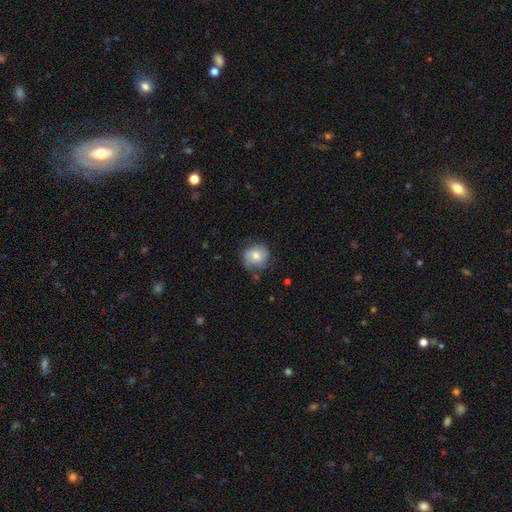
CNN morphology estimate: Q: Smooth or featured?
A: smooth (54%); runner-up: featured or disk (38%)
Q: How rounded?
A: round (83%); runner-up: in between (16%)
Q: Merging?
A: none (65%); runner-up: minor disturbance (24%)